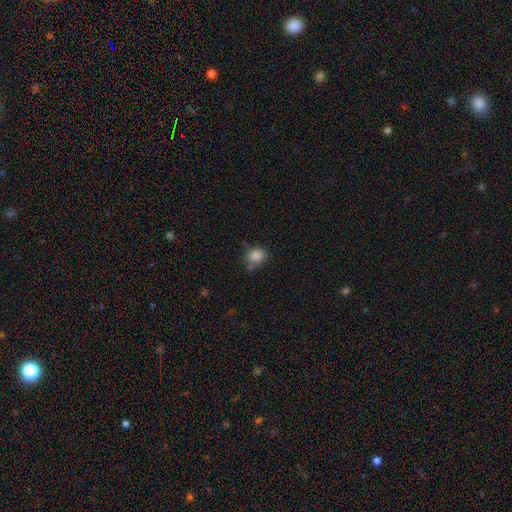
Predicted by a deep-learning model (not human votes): Overall: smooth (85%). How rounded: round (67%; in between 32%). Merging: none (63%).